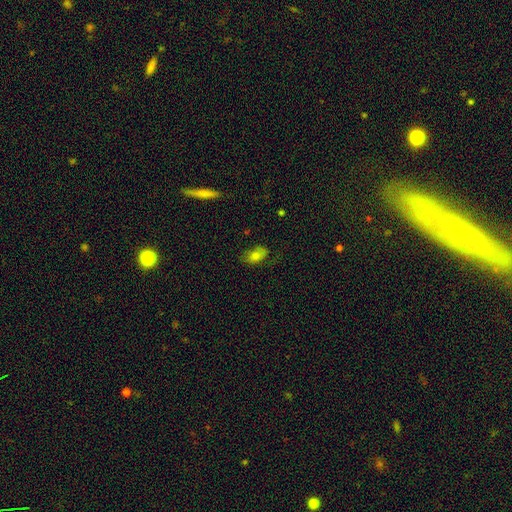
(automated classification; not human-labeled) A smooth galaxy with no disk features (71%) that is in between round and cigar-shaped (89%).

Vote fractions:
- Smooth or featured? smooth: 71% / featured or disk: 20% / star or artifact: 10%
- How rounded? in between: 89% / round: 8% / cigar-shaped: 3%
- Merging? none: 62% / minor disturbance: 26% / major disturbance: 11% / merger: 2%